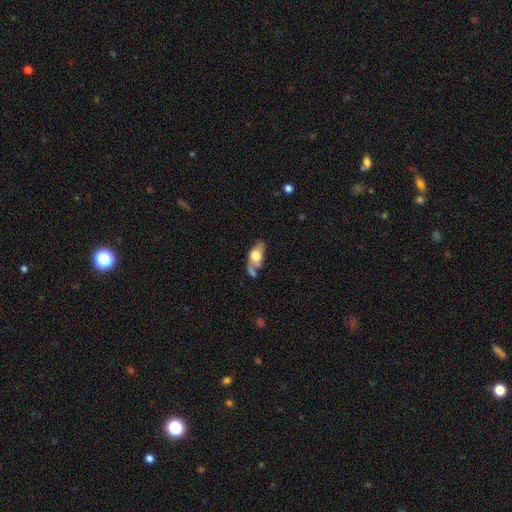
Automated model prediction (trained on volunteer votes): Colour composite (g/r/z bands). It shows a smooth galaxy with no disk features (57%) that is in between round and cigar-shaped (85%). Merging: none (39%).